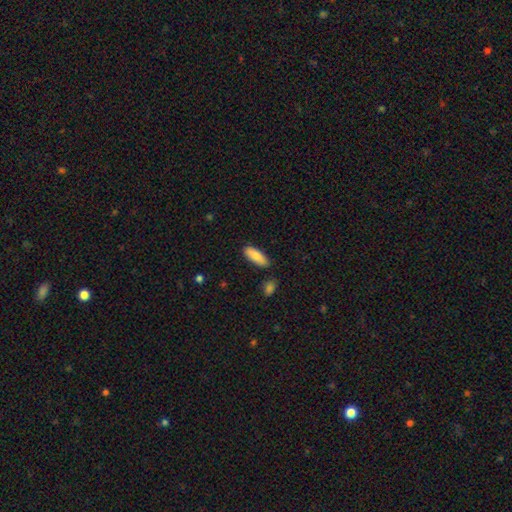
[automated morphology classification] smooth 84%, featured or disk 10%, star or artifact 6%. Down the decision tree: how rounded — in between (73%); merging — none (85%).